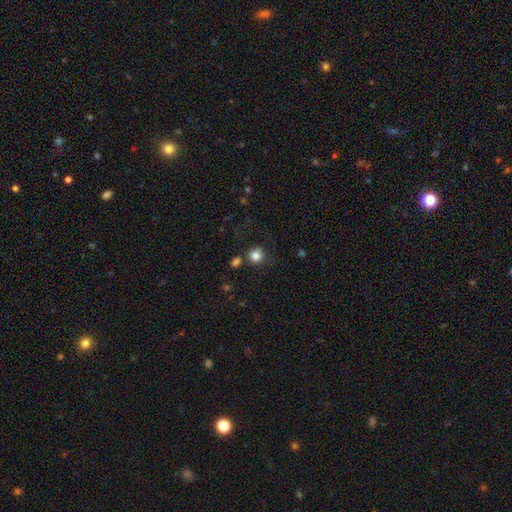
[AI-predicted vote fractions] smooth-or-featured: smooth: 84% | star or artifact: 11% | featured or disk: 5%
  how-rounded: round: 90% | in between: 9% | cigar-shaped: 1%
  merging: none: 77% | minor disturbance: 11% | merger: 8% | major disturbance: 4%